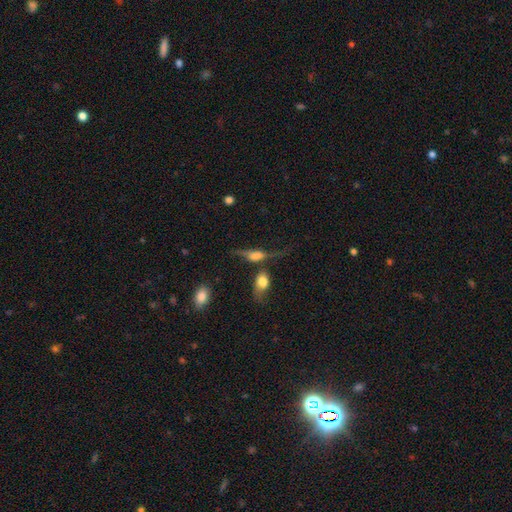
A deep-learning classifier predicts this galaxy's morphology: A featured or disk galaxy (47%). Merging: merger (37%).